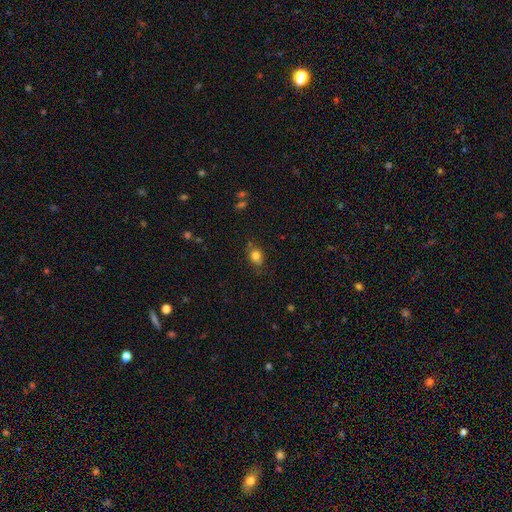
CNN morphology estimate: smooth_or_featured: smooth (p=0.79) [alt: star or artifact p=0.11]
how_rounded: in between (p=0.55) [alt: round p=0.44]
merging: none (p=0.72) [alt: minor disturbance p=0.21]